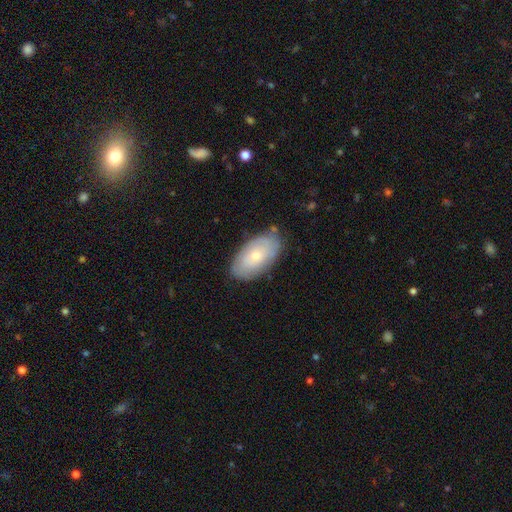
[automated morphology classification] Smooth or featured?
  - smooth: 52% *
  - featured or disk: 42%
  - star or artifact: 6%
How rounded?
  - in between: 94% *
  - round: 4%
  - cigar-shaped: 2%
Merging?
  - none: 79% *
  - minor disturbance: 16%
  - major disturbance: 3%
  - merger: 2%